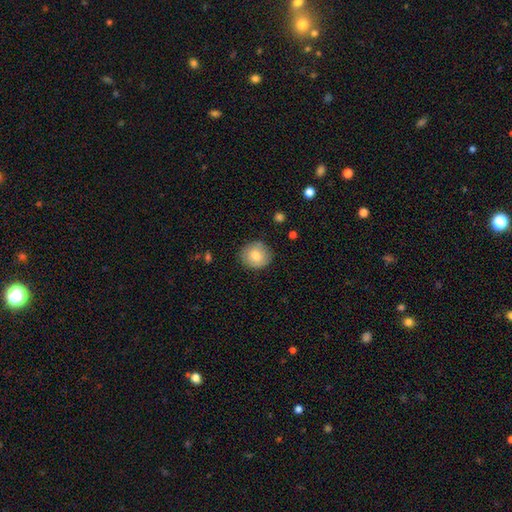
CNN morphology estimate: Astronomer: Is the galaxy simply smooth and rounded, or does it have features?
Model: smooth — 80%.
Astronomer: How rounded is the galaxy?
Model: round — 90%.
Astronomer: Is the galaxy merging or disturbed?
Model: none — 86%.